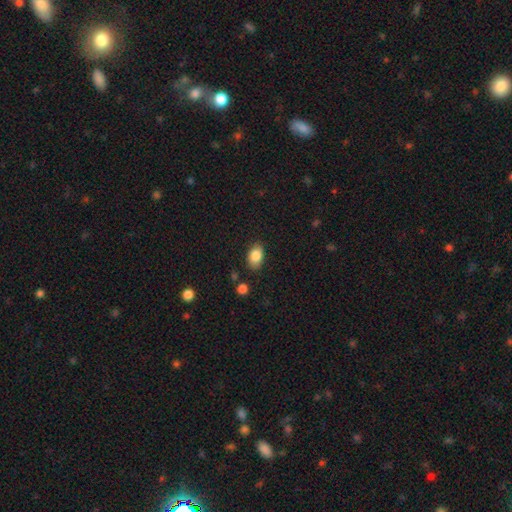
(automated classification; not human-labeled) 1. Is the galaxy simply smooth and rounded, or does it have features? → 86% smooth, 8% star or artifact, 6% featured or disk.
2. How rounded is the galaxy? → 87% in between, 11% round, 1% cigar-shaped.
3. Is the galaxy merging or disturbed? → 82% none, 13% minor disturbance, 3% major disturbance, 2% merger.